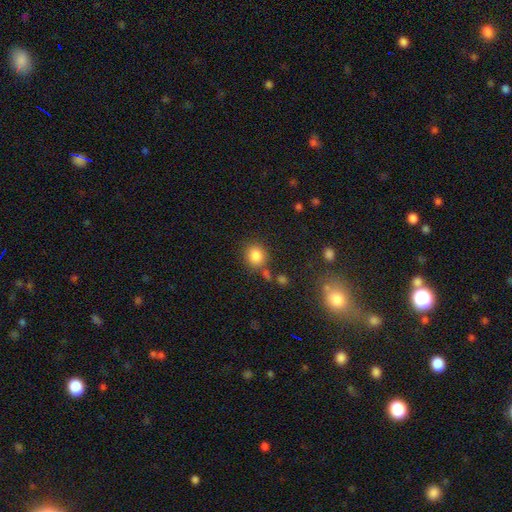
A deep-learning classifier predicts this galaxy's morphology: A smooth galaxy with no disk features (84%) that is round (81%). Merging: none (75%).